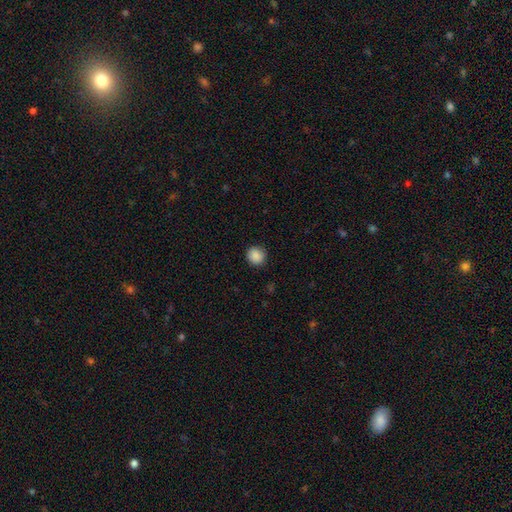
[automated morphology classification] smooth 89%, star or artifact 9%, featured or disk 3%. Down the decision tree: how rounded — round (91%); merging — none (91%).